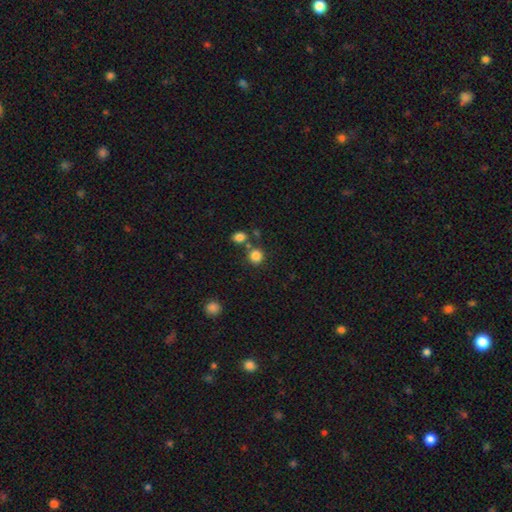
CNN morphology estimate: smooth 84%, star or artifact 11%, featured or disk 5%. Down the decision tree: how rounded — round (88%); merging — none (71%).